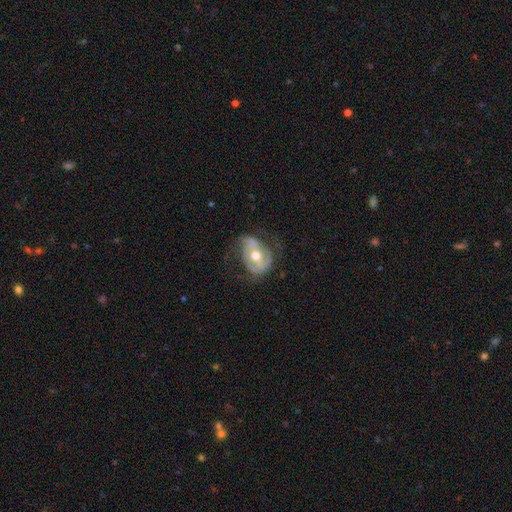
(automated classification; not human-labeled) A featured or disk galaxy (71%) with no bar (45%), spiral arms (69%) and a moderate central bulge (79%).

Vote fractions:
- Smooth or featured? featured or disk: 71% / smooth: 23% / star or artifact: 6%
- Edge-on disk? no: 95% / yes: 5%
- Bar? no: 45% / weak: 32% / strong: 23%
- Spiral arms? yes: 69% / no: 31%
- Bulge size? moderate: 79% / small: 11% / large: 8% / dominant: 1% / none: 1%
- Merging? none: 51% / minor disturbance: 25% / major disturbance: 22% / merger: 2%